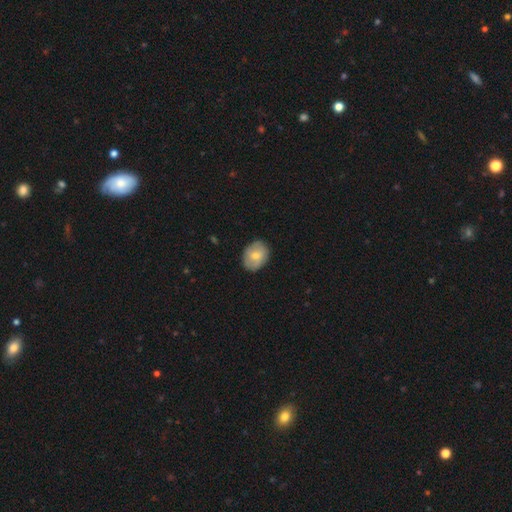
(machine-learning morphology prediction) The model was most divided on "how rounded": in between: 62%, round: 37%, cigar-shaped: 1%. More confident: merging — none (82%); smooth or featured — smooth (66%).